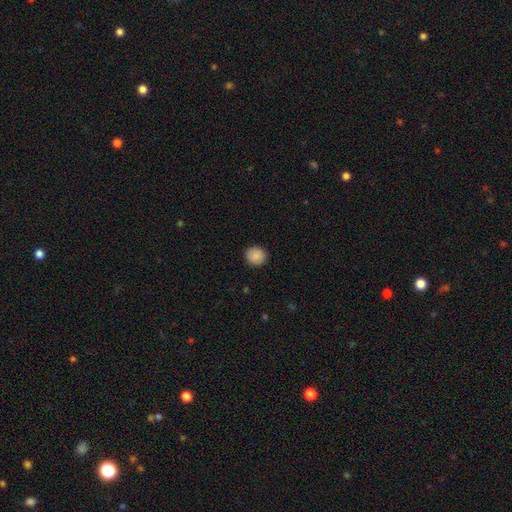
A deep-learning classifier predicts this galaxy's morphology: smooth-or-featured: smooth: 88% | star or artifact: 8% | featured or disk: 4%
  how-rounded: round: 89% | in between: 10% | cigar-shaped: 1%
  merging: none: 91% | minor disturbance: 6% | major disturbance: 2% | merger: 1%